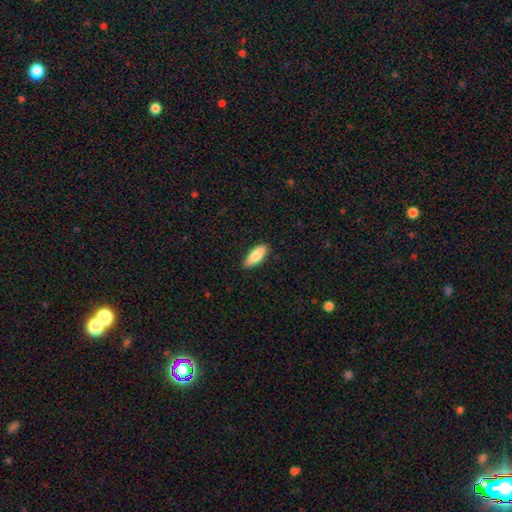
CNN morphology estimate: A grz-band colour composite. It shows a smooth galaxy with no disk features (82%) that is in between round and cigar-shaped (68%). Merging: none (87%).